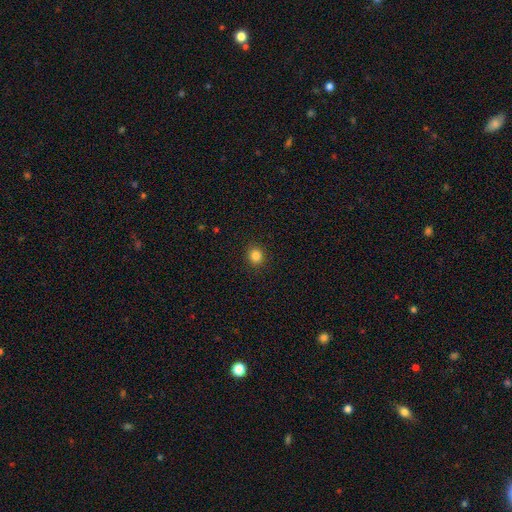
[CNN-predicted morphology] The model was most divided on "how rounded": round: 83%, in between: 16%, cigar-shaped: 1%. More confident: merging — none (91%); smooth or featured — smooth (84%).